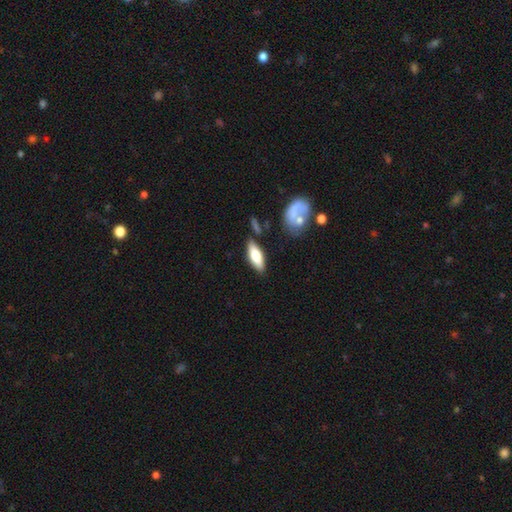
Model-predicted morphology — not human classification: This appears to be a smooth galaxy with no disk features (70%) that is in between round and cigar-shaped (65%). Merging: none (78%).